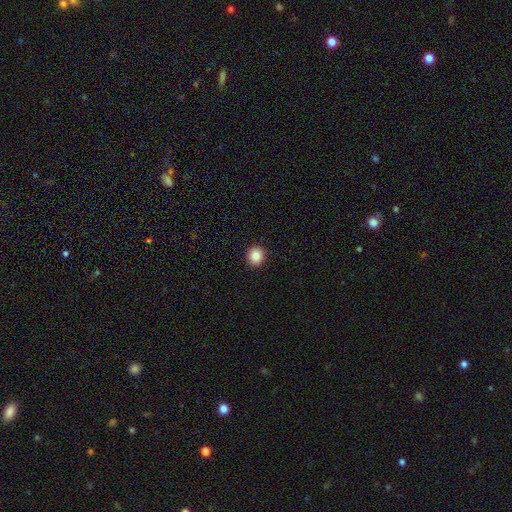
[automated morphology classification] This appears to be a smooth galaxy with no disk features (86%) that is round (84%). Merging: none (92%).